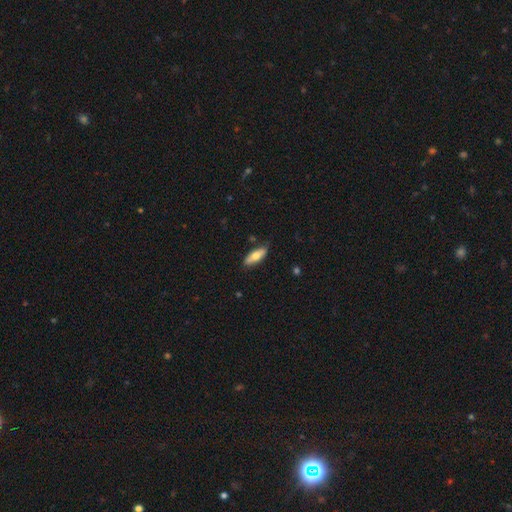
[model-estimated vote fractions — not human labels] Smooth or featured? smooth (68%)
How rounded? in between (65%)
Merging? none (83%)